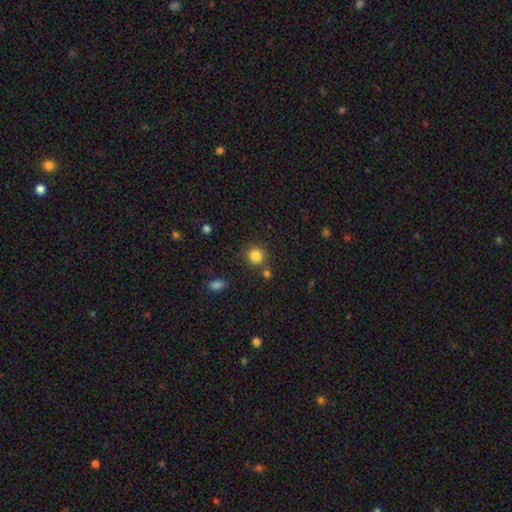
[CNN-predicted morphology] Smooth or featured? Predicted: smooth (p=0.84). How rounded? Predicted: round (p=0.88). Merging? Predicted: none (p=0.78).